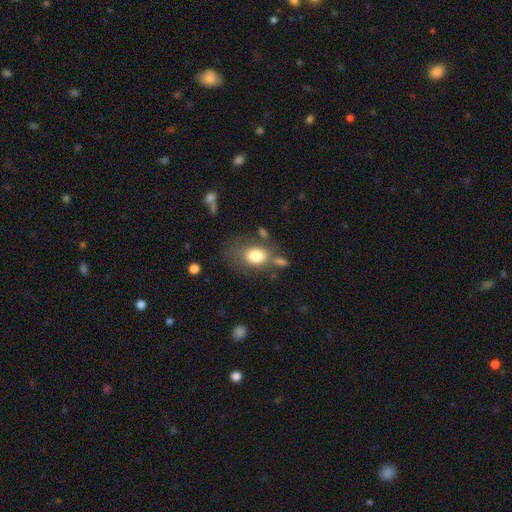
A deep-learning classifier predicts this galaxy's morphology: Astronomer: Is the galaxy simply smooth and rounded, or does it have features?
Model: smooth — 78%.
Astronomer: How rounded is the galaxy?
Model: in between — 68%.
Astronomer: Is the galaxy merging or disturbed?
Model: none — 49%.